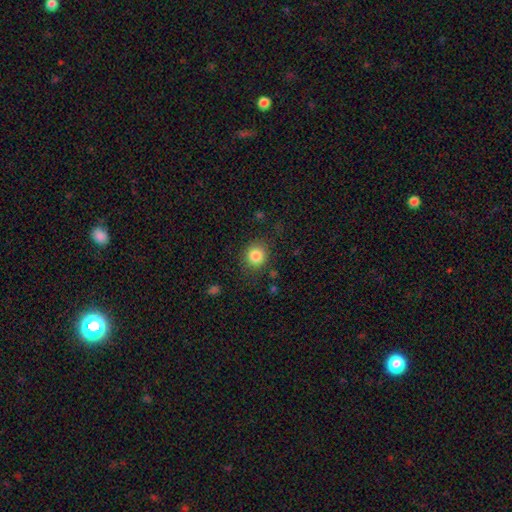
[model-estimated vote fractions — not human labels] smooth 84%, star or artifact 10%, featured or disk 6%. Down the decision tree: how rounded — round (85%); merging — none (83%).